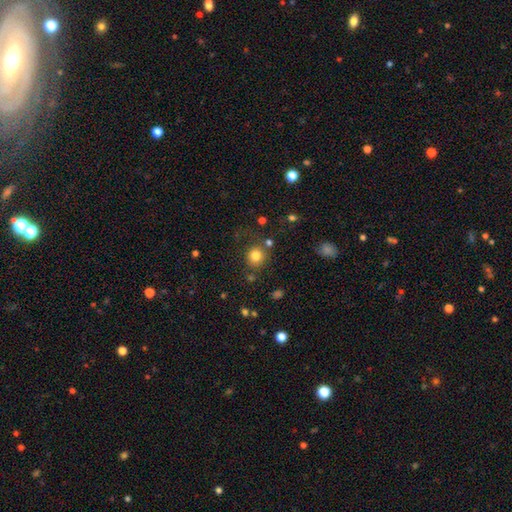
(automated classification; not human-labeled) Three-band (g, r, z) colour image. It shows a smooth galaxy with no disk features (80%) that is round (87%). Merging: none (76%).